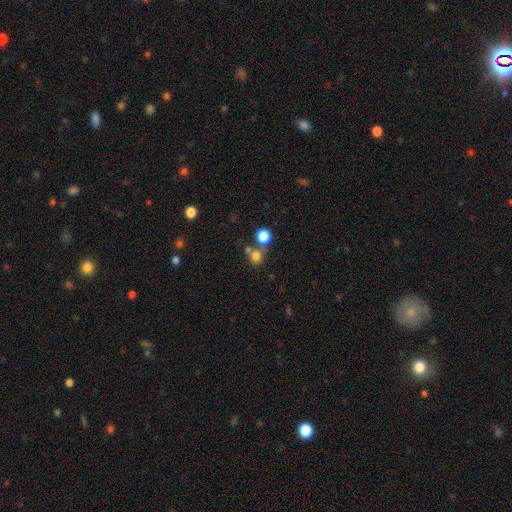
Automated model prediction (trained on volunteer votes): Morphology: type=smooth (77%); roundness=round (86%); merging=none (59%).